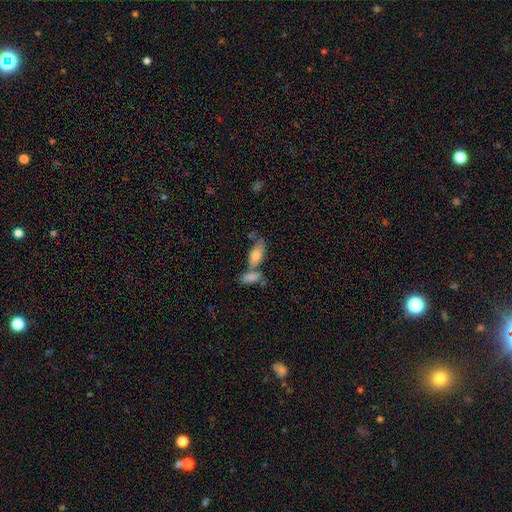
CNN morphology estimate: Smooth or featured? Predicted: smooth (p=0.60). How rounded? Predicted: in between (p=0.75). Merging? Predicted: merger (p=0.48).